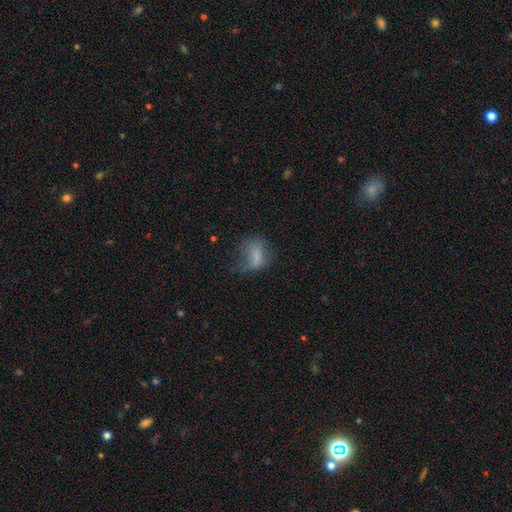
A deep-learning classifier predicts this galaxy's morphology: smooth-or-featured: smooth: 63% | featured or disk: 24% | star or artifact: 13%
  how-rounded: in between: 75% | round: 20% | cigar-shaped: 5%
  merging: major disturbance: 44% | none: 27% | minor disturbance: 25% | merger: 3%